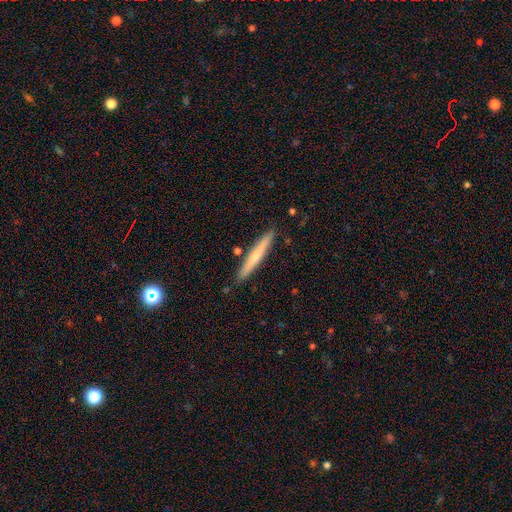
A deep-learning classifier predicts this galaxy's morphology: smooth-or-featured: smooth: 59% | featured or disk: 35% | star or artifact: 6%
  how-rounded: cigar-shaped: 95% | in between: 3% | round: 1%
  merging: none: 89% | minor disturbance: 8% | merger: 2% | major disturbance: 1%